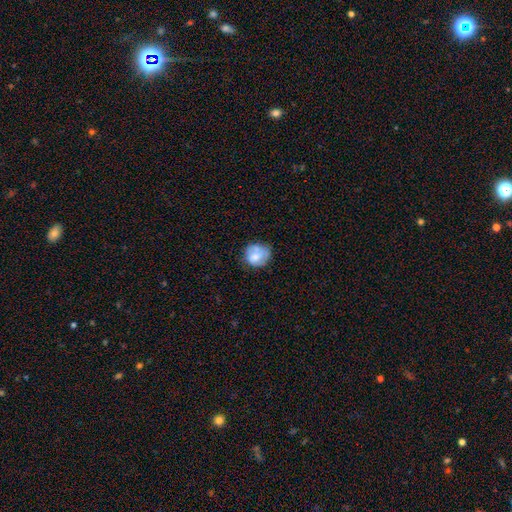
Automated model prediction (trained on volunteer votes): A smooth galaxy with no disk features (67%) that is round (76%).

Vote fractions:
- Smooth or featured? smooth: 67% / featured or disk: 25% / star or artifact: 8%
- How rounded? round: 76% / in between: 23% / cigar-shaped: 1%
- Merging? none: 54% / minor disturbance: 29% / major disturbance: 11% / merger: 5%